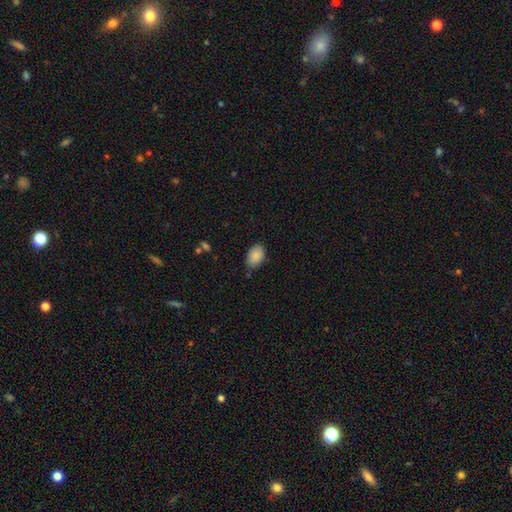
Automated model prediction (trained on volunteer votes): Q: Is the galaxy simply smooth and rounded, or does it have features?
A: smooth — 88%.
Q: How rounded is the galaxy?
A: in between — 90%.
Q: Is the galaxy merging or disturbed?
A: none — 77%.